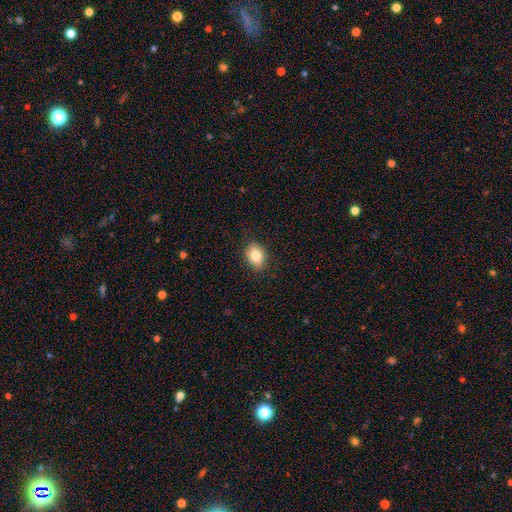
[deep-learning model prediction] Smooth or featured? smooth (82%)
How rounded? in between (72%)
Merging? none (86%)